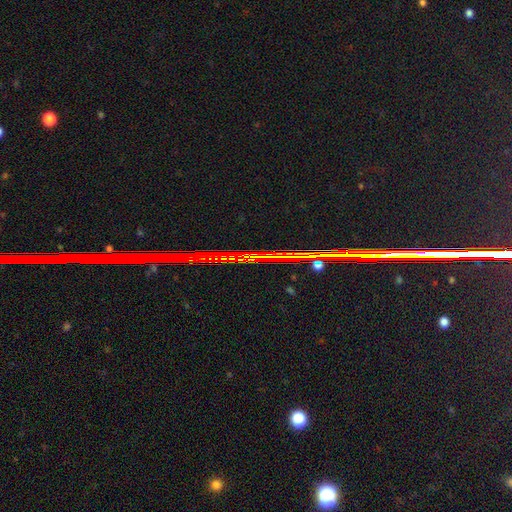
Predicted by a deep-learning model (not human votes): A star or artifact, not a galaxy (84%).

Vote fractions:
- Smooth or featured? star or artifact: 84% / featured or disk: 9% / smooth: 7%